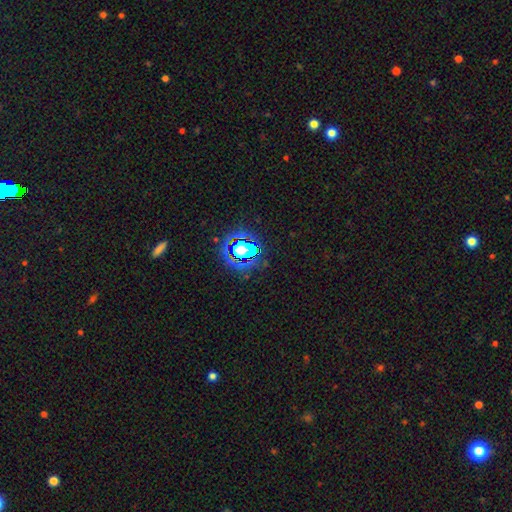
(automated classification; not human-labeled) Smooth or featured? star or artifact (80%)